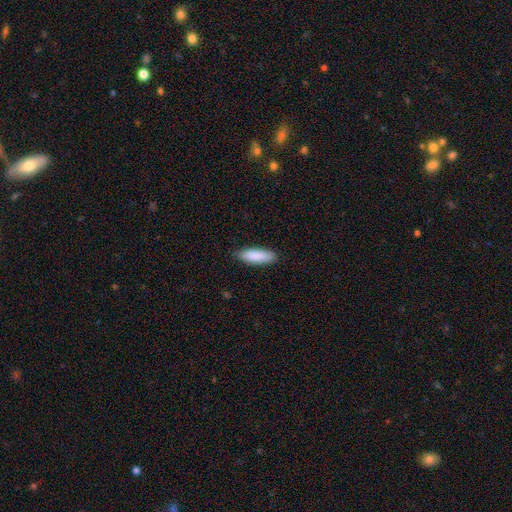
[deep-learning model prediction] Smooth or featured? Predicted: smooth (p=0.89). How rounded? Predicted: in between (p=0.52). Merging? Predicted: none (p=0.86).